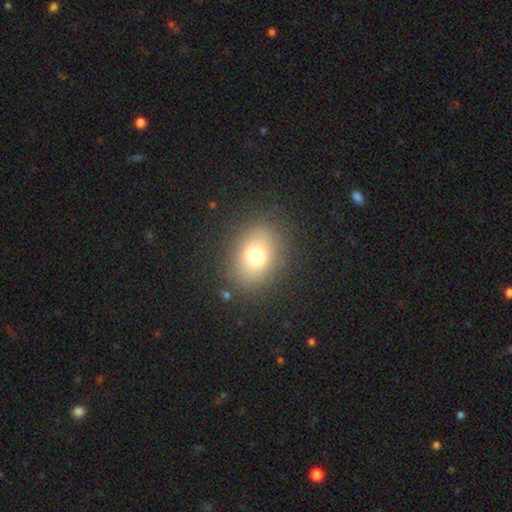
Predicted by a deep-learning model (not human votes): Smooth or featured: smooth — 73% (star or artifact — 14%)
How rounded: in between — 58% (round — 41%)
Merging: none — 84% (minor disturbance — 10%)